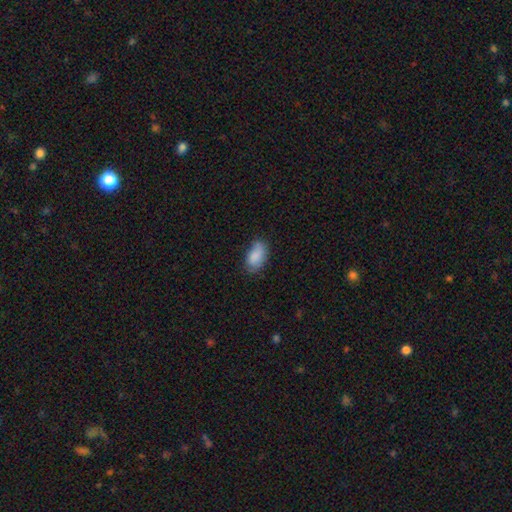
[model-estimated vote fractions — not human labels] This is clearly a smooth galaxy (86%). How rounded: clearly in between (93%). Merging: likely none (65%).